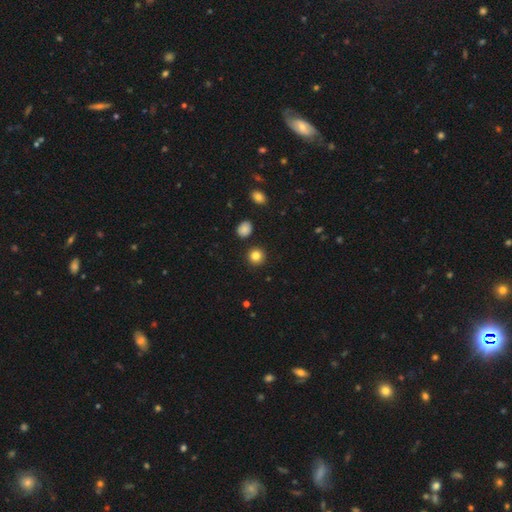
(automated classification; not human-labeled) Smooth or featured? Predicted: smooth (p=0.84). How rounded? Predicted: round (p=0.92). Merging? Predicted: none (p=0.91).